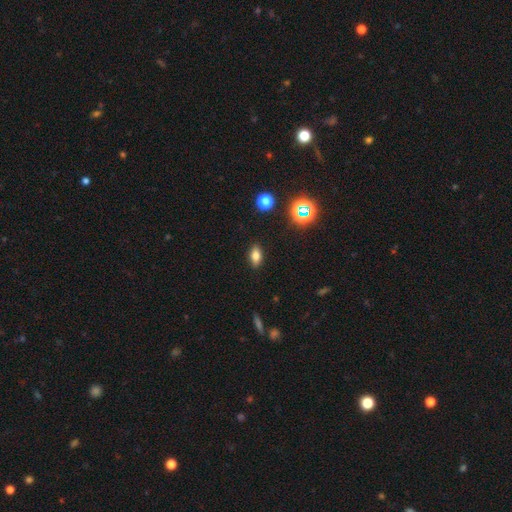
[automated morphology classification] smooth 71%, featured or disk 15%, star or artifact 14%. Down the decision tree: how rounded — in between (81%); merging — none (89%).